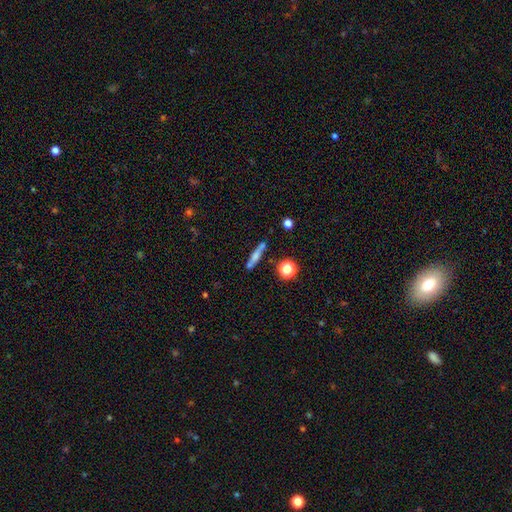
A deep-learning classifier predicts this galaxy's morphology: The model was most divided on "smooth or featured": smooth: 55%, featured or disk: 35%, star or artifact: 11%. More confident: how rounded — cigar-shaped (83%); merging — none (74%).